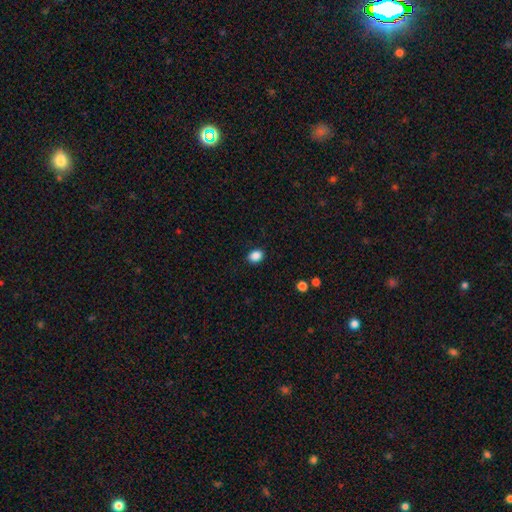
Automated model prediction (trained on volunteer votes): A smooth galaxy with no disk features (88%) that is in between round and cigar-shaped (58%).

Vote fractions:
- Smooth or featured? smooth: 88% / star or artifact: 9% / featured or disk: 3%
- How rounded? in between: 58% / round: 41% / cigar-shaped: 1%
- Merging? none: 89% / minor disturbance: 7% / major disturbance: 2% / merger: 1%